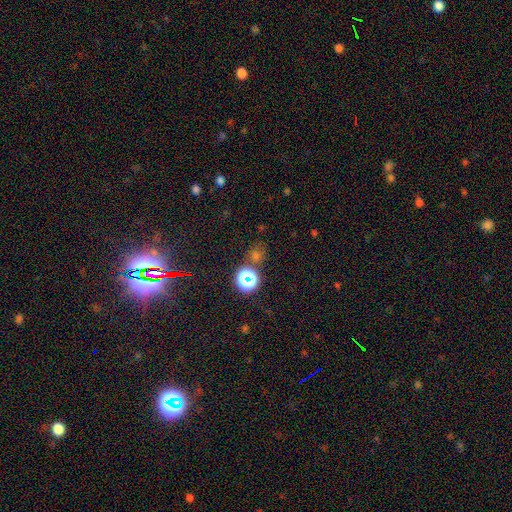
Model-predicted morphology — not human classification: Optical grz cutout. It shows a star or artifact, not a galaxy (55%).